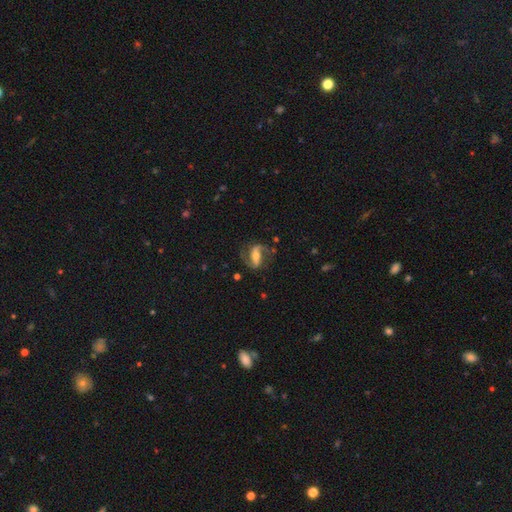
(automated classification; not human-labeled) Smooth or featured? Predicted: featured or disk (p=0.83). Edge-on disk? Predicted: no (p=0.95). Bar? Predicted: strong (p=0.55). Spiral arms? Predicted: yes (p=0.95). Spiral winding? Predicted: medium (p=0.46). Spiral arm count? Predicted: 2 (p=0.90). Bulge size? Predicted: moderate (p=0.52). Merging? Predicted: none (p=0.72).